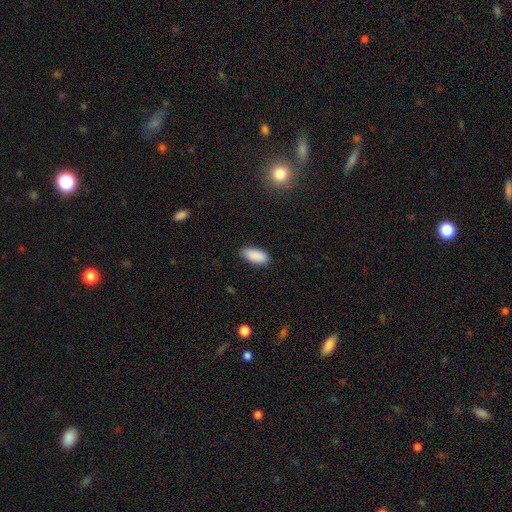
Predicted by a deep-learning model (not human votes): Smooth or featured? Predicted: smooth (p=0.90). How rounded? Predicted: in between (p=0.87). Merging? Predicted: none (p=0.85).